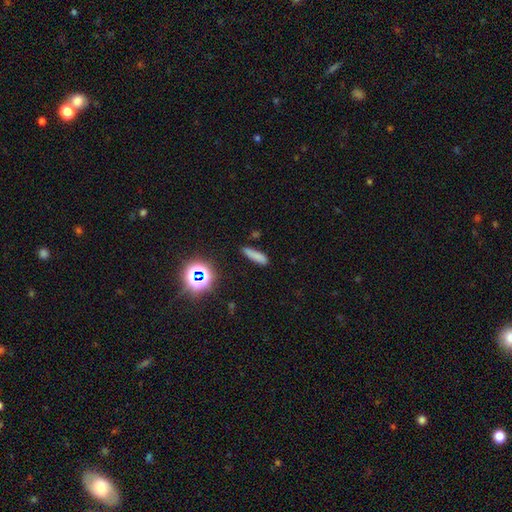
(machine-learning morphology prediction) Overall: smooth (75%). How rounded: cigar-shaped (76%). Merging: none (79%).